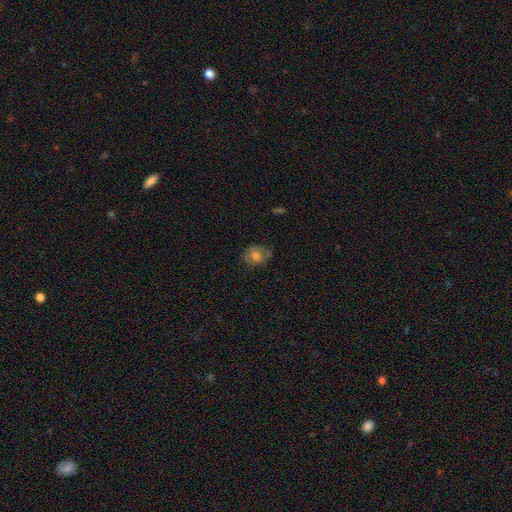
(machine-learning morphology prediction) Q: Smooth or featured?
A: smooth (66%); runner-up: featured or disk (21%)
Q: How rounded?
A: round (58%); runner-up: in between (41%)
Q: Merging?
A: none (73%); runner-up: minor disturbance (20%)